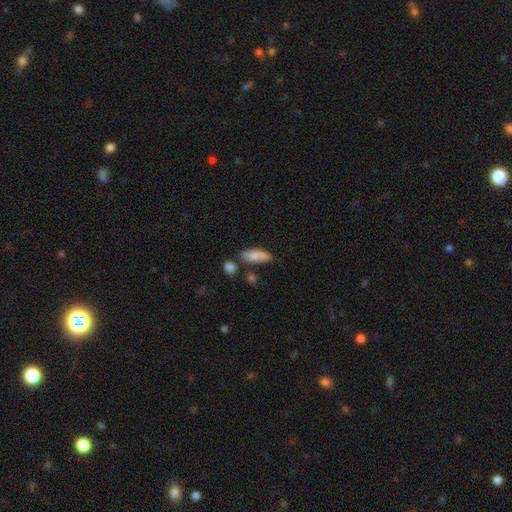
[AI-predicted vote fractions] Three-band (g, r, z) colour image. It shows a smooth galaxy with no disk features (79%) that is in between round and cigar-shaped (66%). Merging: none (66%).